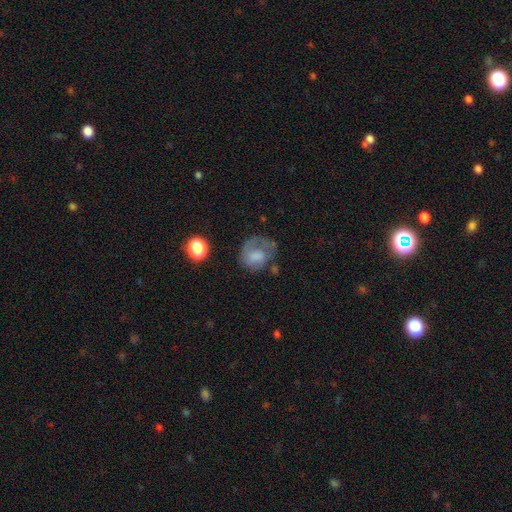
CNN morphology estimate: This is possibly a smooth galaxy (57%). How rounded: likely round (60%). Merging: marginally none (38%).